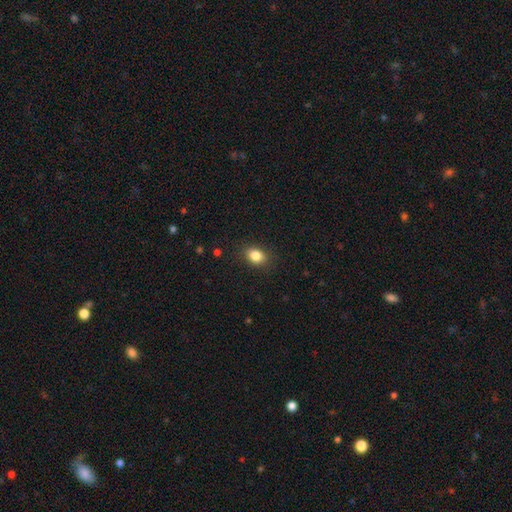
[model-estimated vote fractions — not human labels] Smooth or featured: smooth — 85% (star or artifact — 10%)
How rounded: in between — 65% (round — 34%)
Merging: none — 87% (minor disturbance — 10%)